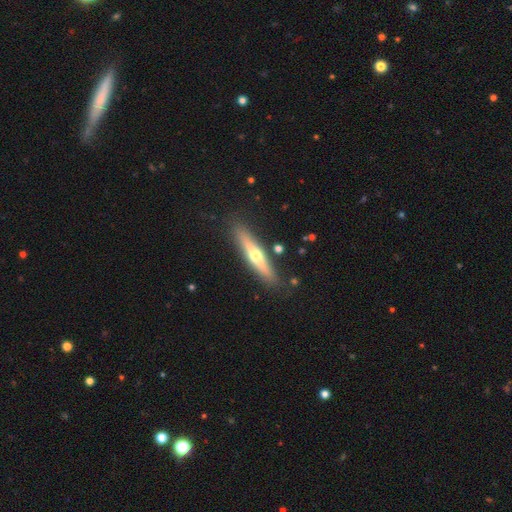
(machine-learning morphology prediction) featured or disk 56%, smooth 38%, star or artifact 6%. Down the decision tree: edge-on disk — yes (93%); edge-on bulge — rounded (90%); merging — none (86%).